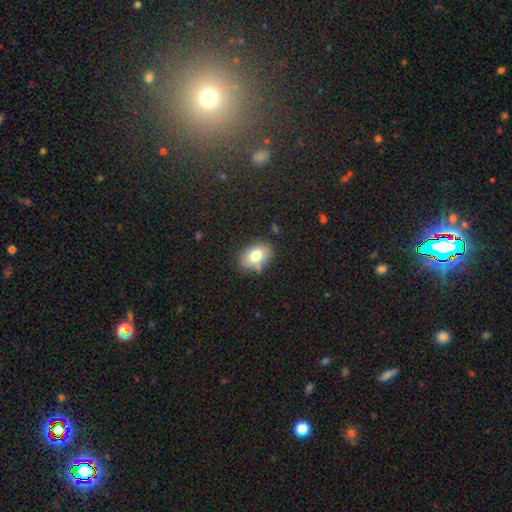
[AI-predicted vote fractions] Q: Smooth or featured?
A: smooth (76%); runner-up: featured or disk (15%)
Q: How rounded?
A: in between (80%); runner-up: round (19%)
Q: Merging?
A: none (70%); runner-up: minor disturbance (19%)